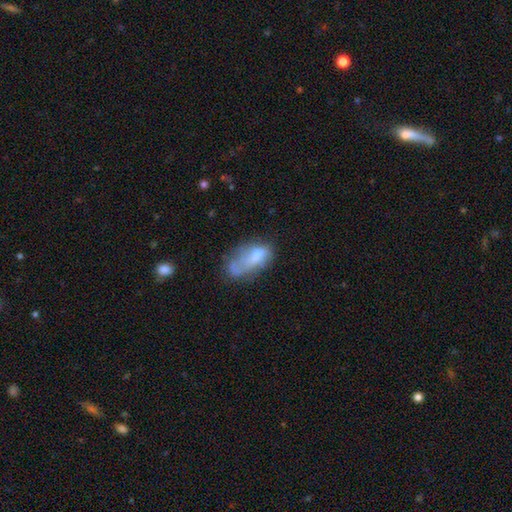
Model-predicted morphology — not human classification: Smooth or featured? Predicted: smooth (p=0.56). How rounded? Predicted: in between (p=0.87). Merging? Predicted: major disturbance (p=0.29).